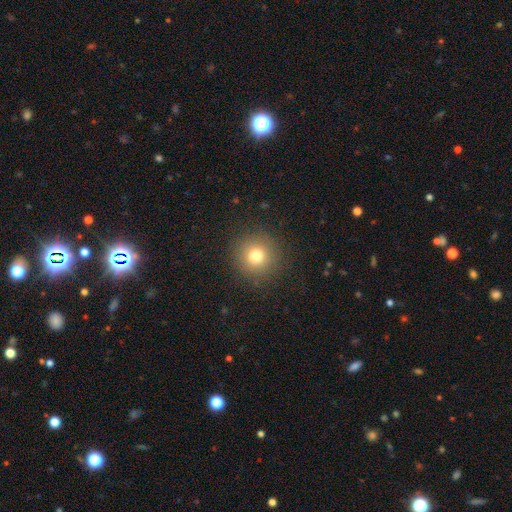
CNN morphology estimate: This is likely a smooth galaxy (76%). How rounded: clearly round (95%). Merging: clearly none (89%).